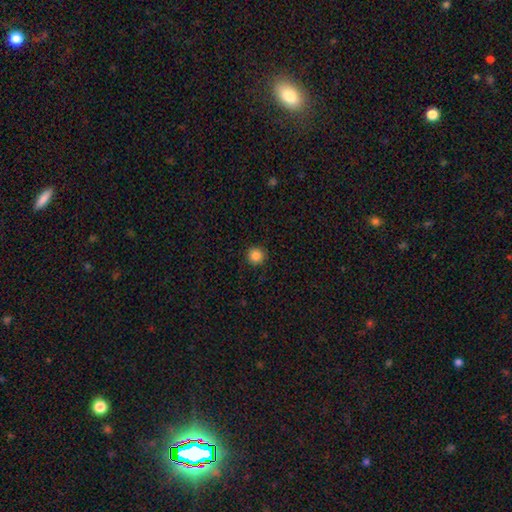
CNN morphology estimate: Smooth or featured? Predicted: smooth (p=0.86). How rounded? Predicted: round (p=0.96). Merging? Predicted: none (p=0.92).